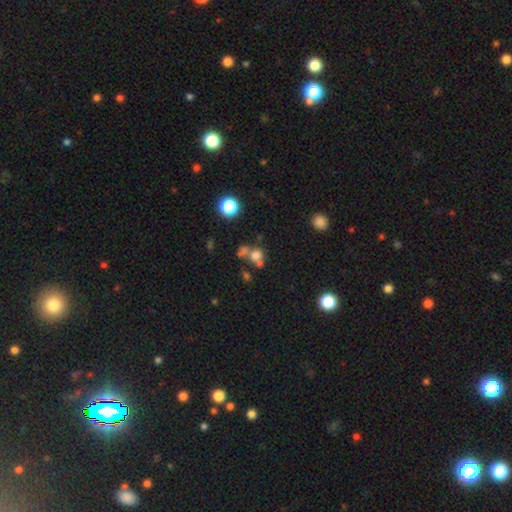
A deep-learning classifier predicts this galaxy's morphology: type=smooth (68%); roundness=round (77%); merging=merger (43%).